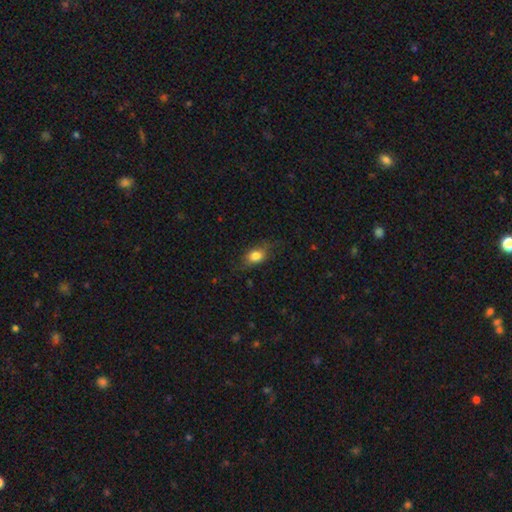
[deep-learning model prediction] This appears to be a smooth galaxy with no disk features (80%) that is in between round and cigar-shaped (75%). Merging: none (70%).